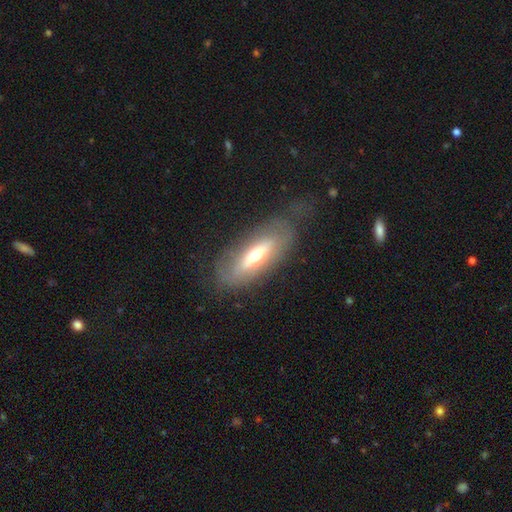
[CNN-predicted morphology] Smooth or featured: featured or disk — 50% (smooth — 43%)
Merging: none — 62% (minor disturbance — 20%)